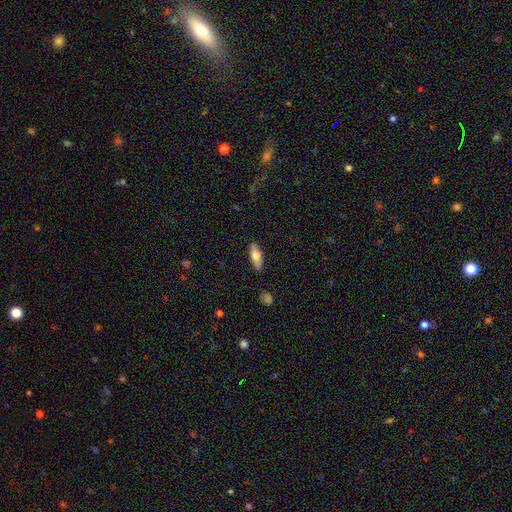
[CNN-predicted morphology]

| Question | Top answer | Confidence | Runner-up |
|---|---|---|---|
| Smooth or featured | smooth | 66% | featured or disk (27%) |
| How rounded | in between | 63% | cigar-shaped (34%) |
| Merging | none | 86% | minor disturbance (10%) |